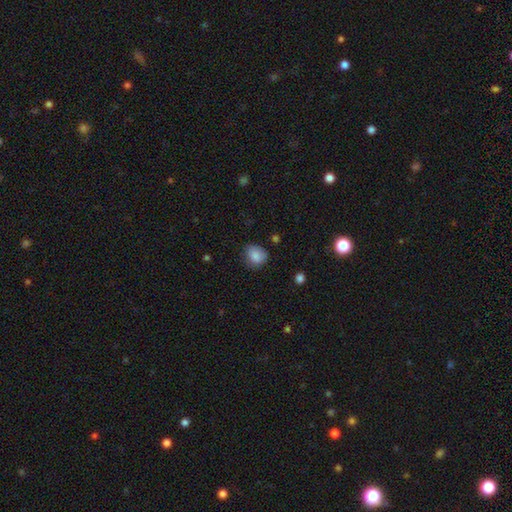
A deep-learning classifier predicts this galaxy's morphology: smooth 85%, star or artifact 9%, featured or disk 6%. Down the decision tree: how rounded — round (70%); merging — none (71%).